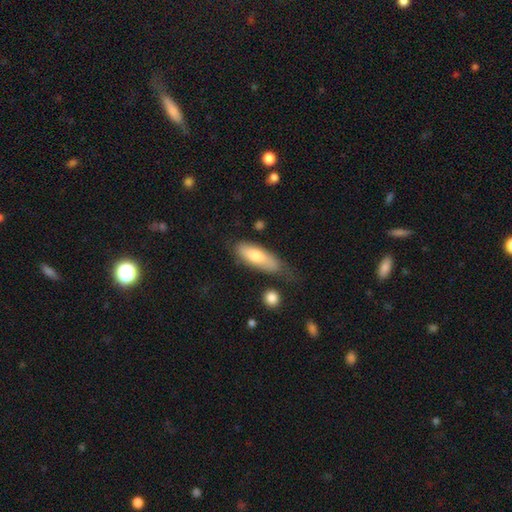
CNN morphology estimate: Smooth or featured: smooth — 71% (featured or disk — 23%)
How rounded: in between — 63% (cigar-shaped — 35%)
Merging: none — 58% (minor disturbance — 28%)